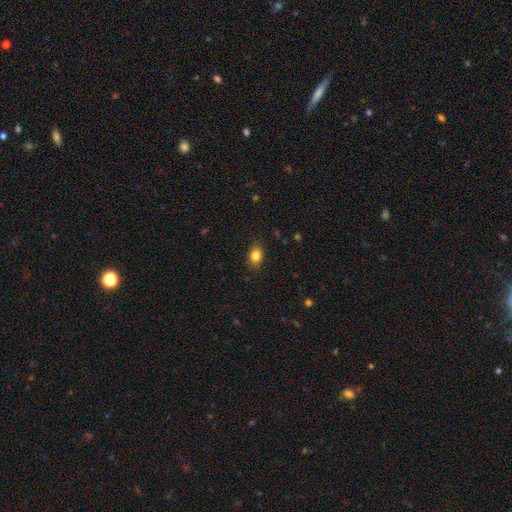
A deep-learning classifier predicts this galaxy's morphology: Q: Smooth or featured?
A: smooth (83%); runner-up: star or artifact (9%)
Q: How rounded?
A: in between (77%); runner-up: round (21%)
Q: Merging?
A: none (86%); runner-up: minor disturbance (11%)